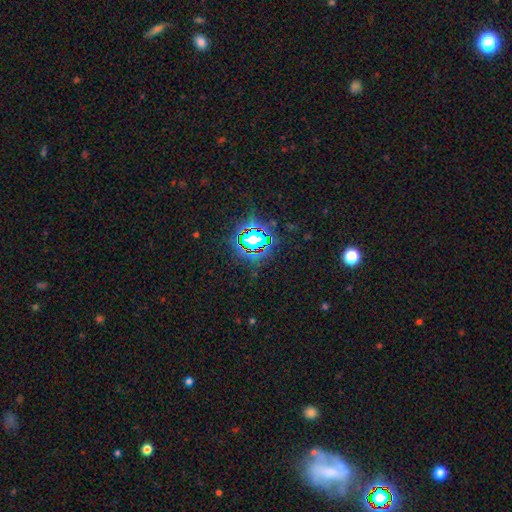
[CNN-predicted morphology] smooth-or-featured: star or artifact: 79% | smooth: 13% | featured or disk: 8%